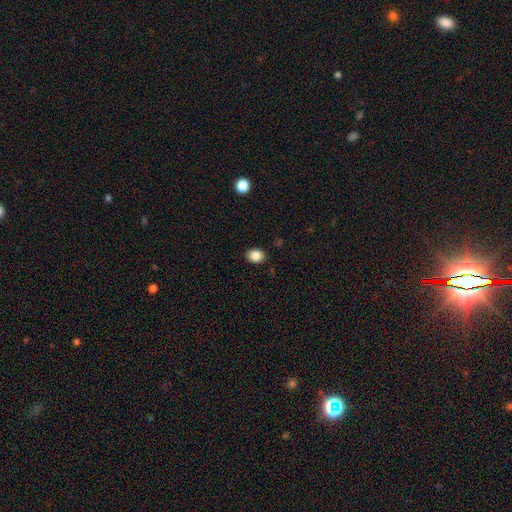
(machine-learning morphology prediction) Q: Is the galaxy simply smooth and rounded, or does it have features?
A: smooth — 87%.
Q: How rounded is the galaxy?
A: in between — 57%.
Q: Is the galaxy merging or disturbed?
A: none — 89%.